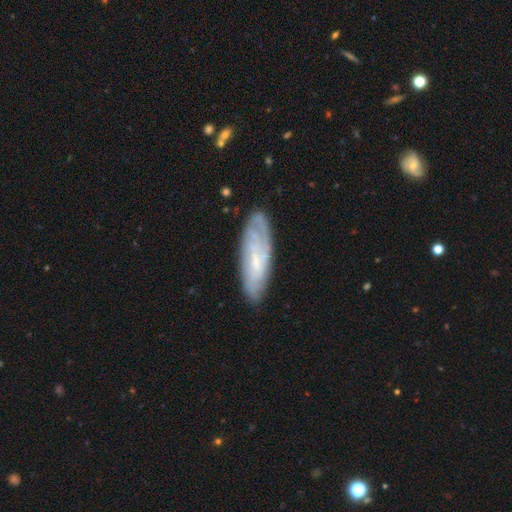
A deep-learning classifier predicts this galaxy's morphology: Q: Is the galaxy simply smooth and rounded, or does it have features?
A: featured or disk — 58%.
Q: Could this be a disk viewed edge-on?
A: no — 74%.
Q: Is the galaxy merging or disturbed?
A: none — 77%.